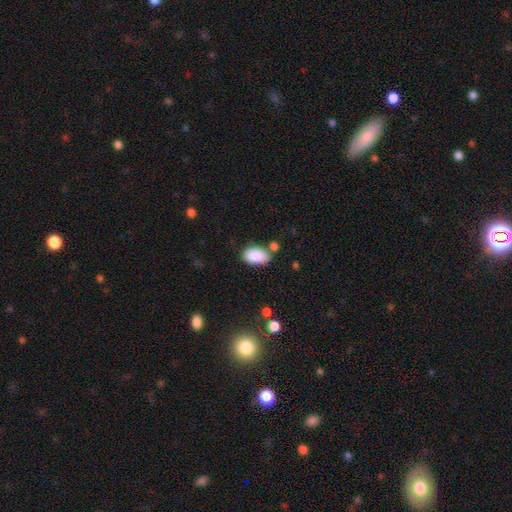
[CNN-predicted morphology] smooth-or-featured: smooth: 88% | star or artifact: 7% | featured or disk: 5%
  how-rounded: in between: 93% | round: 6% | cigar-shaped: 1%
  merging: none: 68% | minor disturbance: 17% | merger: 10% | major disturbance: 5%